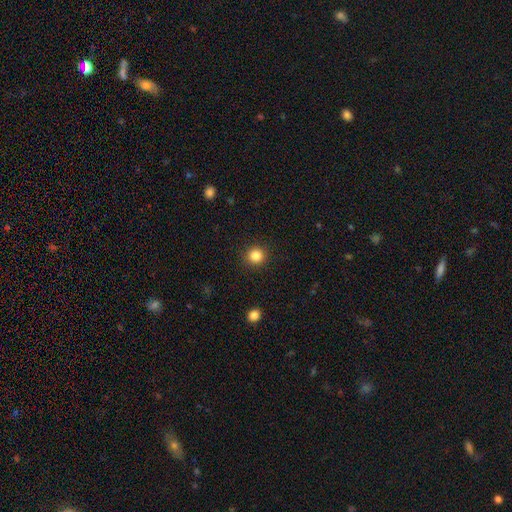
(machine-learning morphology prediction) Q: Smooth or featured?
A: smooth (84%); runner-up: star or artifact (12%)
Q: How rounded?
A: round (93%); runner-up: in between (6%)
Q: Merging?
A: none (92%); runner-up: minor disturbance (5%)